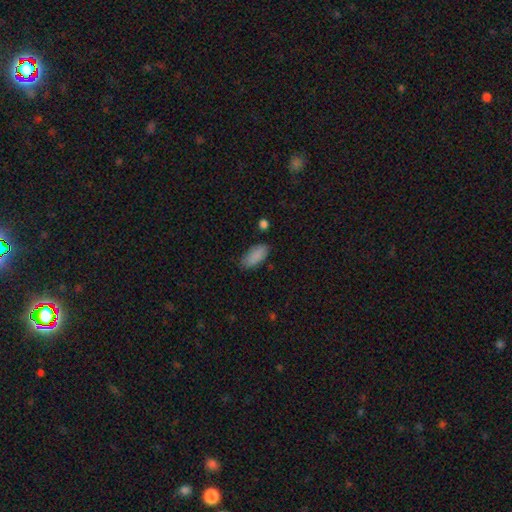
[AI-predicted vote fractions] Smooth or featured? Predicted: smooth (p=0.87). How rounded? Predicted: in between (p=0.89). Merging? Predicted: none (p=0.74).